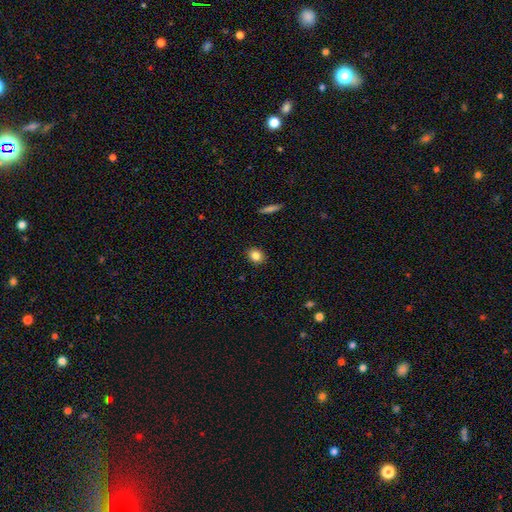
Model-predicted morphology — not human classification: A smooth galaxy with no disk features (83%) that is round (58%). Merging: none (90%).